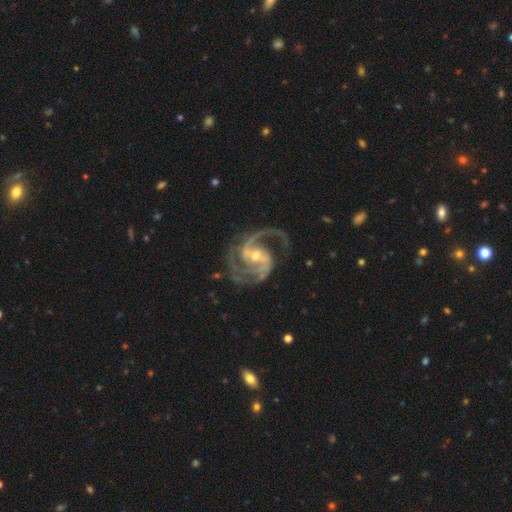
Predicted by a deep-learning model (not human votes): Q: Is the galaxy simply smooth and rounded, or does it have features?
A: featured or disk — 94%.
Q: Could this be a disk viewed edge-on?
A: no — 98%.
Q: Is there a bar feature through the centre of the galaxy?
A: weak — 46%.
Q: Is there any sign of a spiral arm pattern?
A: yes — 99%.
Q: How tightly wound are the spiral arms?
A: medium — 61%.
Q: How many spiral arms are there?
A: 2 — 62%.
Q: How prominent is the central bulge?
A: moderate — 52%.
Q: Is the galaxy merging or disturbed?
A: none — 68%.